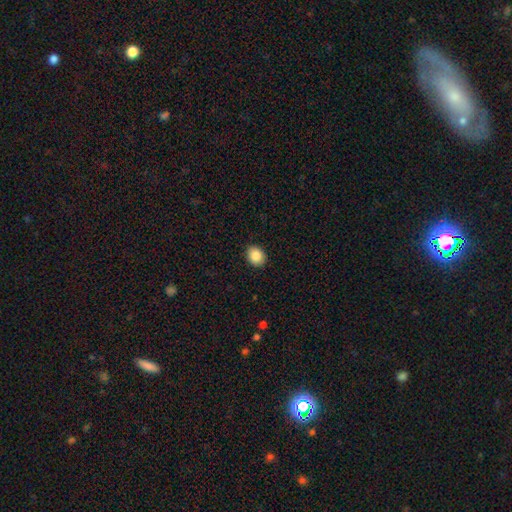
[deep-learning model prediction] This appears to be a smooth galaxy with no disk features (87%) that is round (60%). Merging: none (90%).